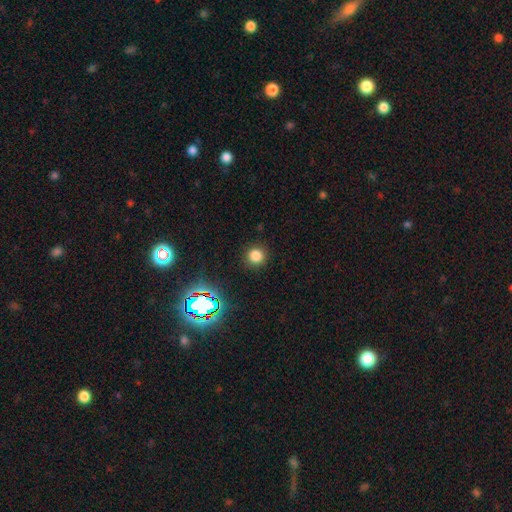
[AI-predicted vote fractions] This is likely a smooth galaxy (77%). How rounded: clearly round (93%). Merging: clearly none (90%).